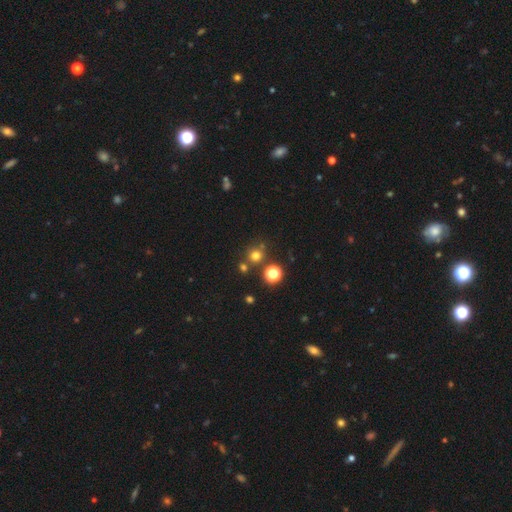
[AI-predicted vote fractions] This appears to be a smooth galaxy with no disk features (69%) that is round (90%). Merging: none (73%).